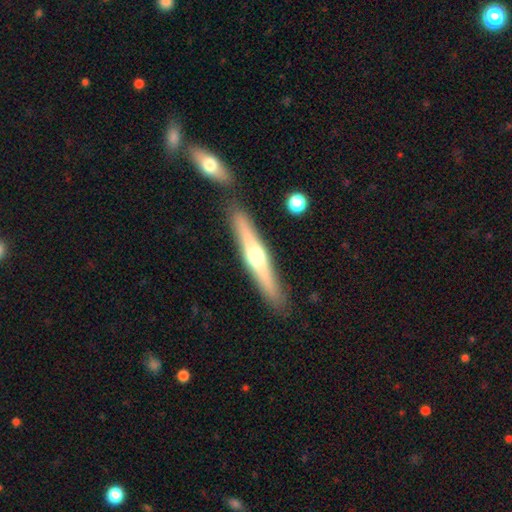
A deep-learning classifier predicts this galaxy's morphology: Smooth or featured? Predicted: featured or disk (p=0.60). Edge-on disk? Predicted: yes (p=0.95). Edge-on bulge? Predicted: rounded (p=0.90). Merging? Predicted: none (p=0.84).